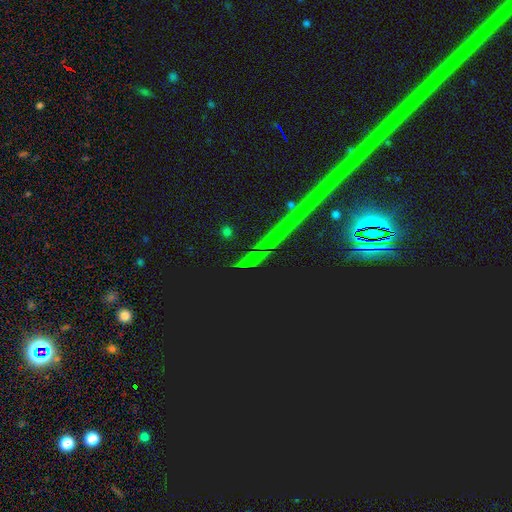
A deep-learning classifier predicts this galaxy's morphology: Q: Smooth or featured?
A: star or artifact (85%); runner-up: featured or disk (8%)